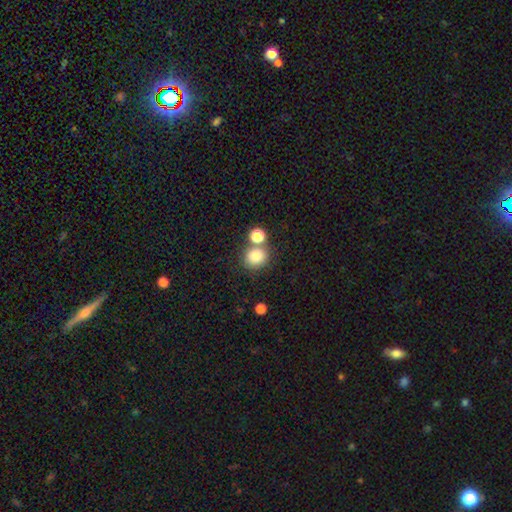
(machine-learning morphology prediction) The model was most divided on "merging": none: 64%, merger: 24%, minor disturbance: 9%, major disturbance: 3%. More confident: how rounded — round (83%); smooth or featured — smooth (81%).